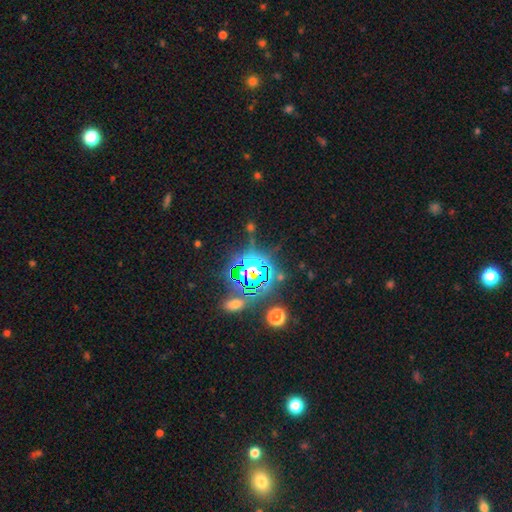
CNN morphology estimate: Smooth or featured: star or artifact — 73% (smooth — 17%)